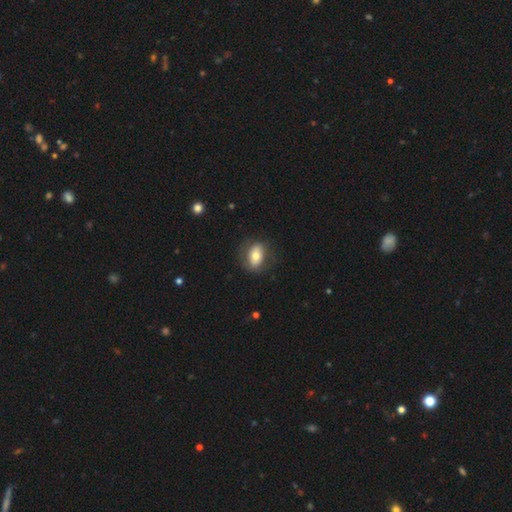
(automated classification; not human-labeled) Smooth or featured?
  - smooth: 69% *
  - featured or disk: 24%
  - star or artifact: 7%
How rounded?
  - in between: 83% *
  - round: 15%
  - cigar-shaped: 3%
Merging?
  - none: 76% *
  - minor disturbance: 16%
  - major disturbance: 7%
  - merger: 1%